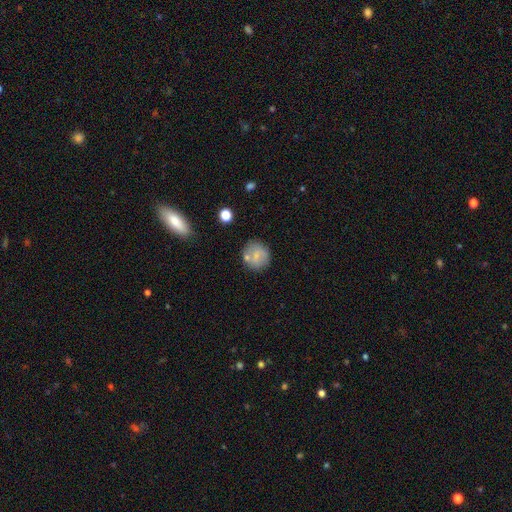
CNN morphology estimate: Smooth or featured?
  - smooth: 68% *
  - featured or disk: 22%
  - star or artifact: 10%
How rounded?
  - round: 89% *
  - in between: 10%
  - cigar-shaped: 1%
Merging?
  - none: 70% *
  - minor disturbance: 14%
  - merger: 11%
  - major disturbance: 4%